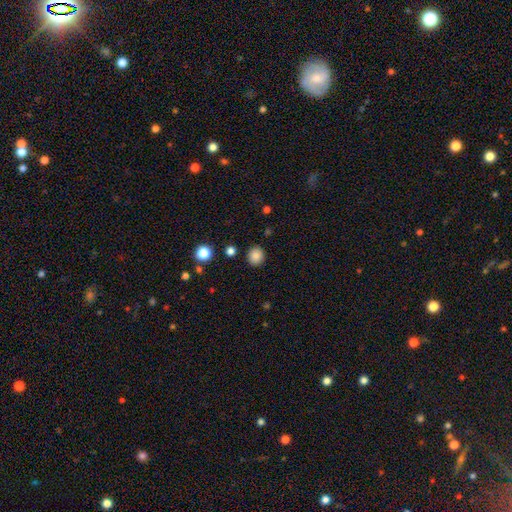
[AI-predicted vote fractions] The model was most divided on "how rounded": round: 82%, in between: 17%, cigar-shaped: 1%. More confident: merging — none (88%); smooth or featured — smooth (85%).